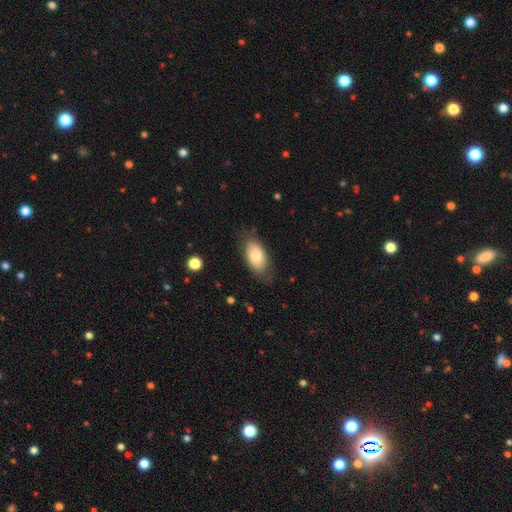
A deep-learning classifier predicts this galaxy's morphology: Smooth or featured? smooth (74%)
How rounded? in between (93%)
Merging? none (73%)